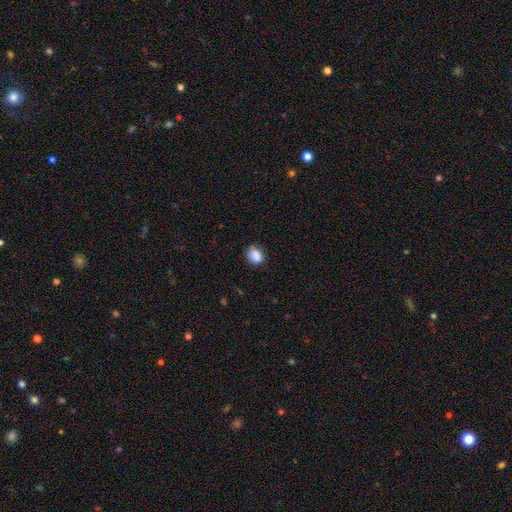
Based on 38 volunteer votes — smooth-or-featured: smooth: 87% | star or artifact: 8% | featured or disk: 5%
  how-rounded: in between: 52% | round: 48% | cigar-shaped: 0%
  merging: none: 80% | minor disturbance: 14% | major disturbance: 6% | merger: 0%